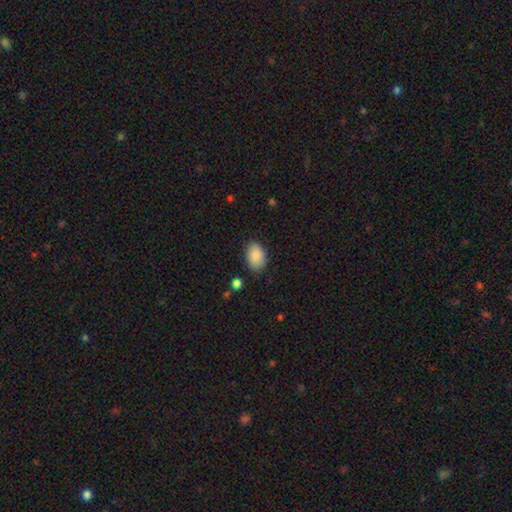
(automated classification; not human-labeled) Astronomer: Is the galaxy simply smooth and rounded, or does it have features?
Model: smooth — 87%.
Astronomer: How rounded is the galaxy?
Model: in between — 83%.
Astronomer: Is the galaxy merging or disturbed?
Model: none — 81%.